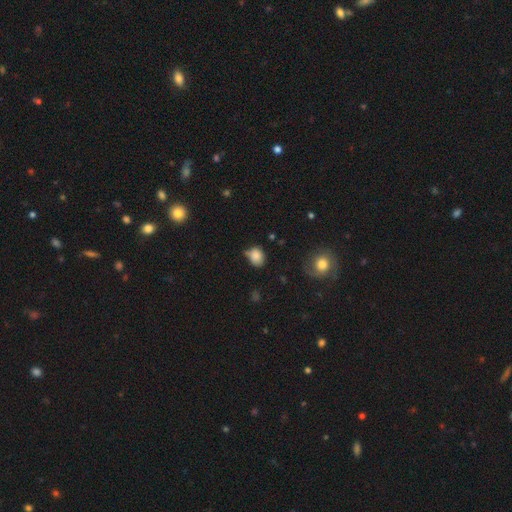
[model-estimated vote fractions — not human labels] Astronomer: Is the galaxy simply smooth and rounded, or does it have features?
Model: smooth — 84%.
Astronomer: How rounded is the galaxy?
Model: round — 51% (runner-up: in between, 48%).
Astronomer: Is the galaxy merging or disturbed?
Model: none — 53% (runner-up: minor disturbance, 31%).